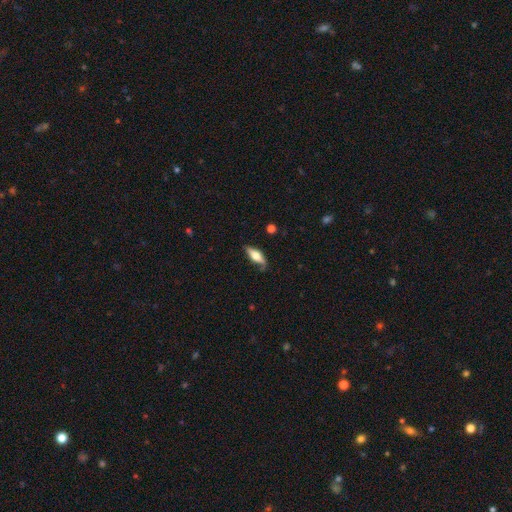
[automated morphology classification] smooth 51%, featured or disk 43%, star or artifact 6%. Down the decision tree: how rounded — in between (58%); merging — none (71%).